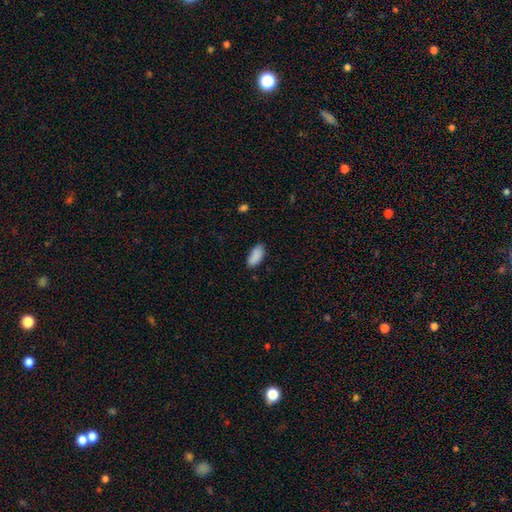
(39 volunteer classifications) This appears to be a smooth galaxy with no disk features (92%) that is in between round and cigar-shaped (86%). Merging: none (67%).